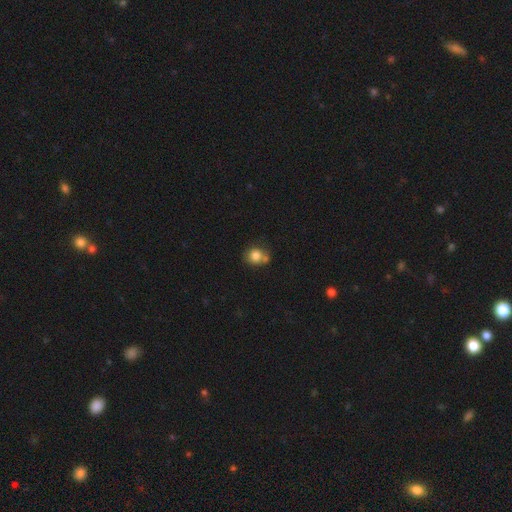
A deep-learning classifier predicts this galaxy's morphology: smooth-or-featured: smooth: 81% | star or artifact: 10% | featured or disk: 9%
  how-rounded: round: 82% | in between: 17% | cigar-shaped: 1%
  merging: none: 54% | merger: 26% | minor disturbance: 15% | major disturbance: 5%